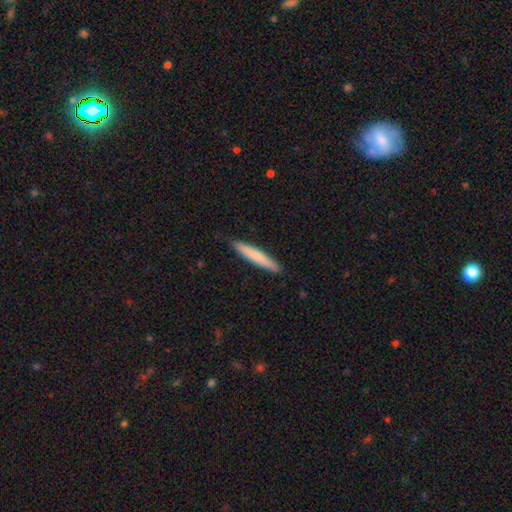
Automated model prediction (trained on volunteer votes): Morphology: type=smooth (74%); roundness=cigar-shaped (95%); merging=none (89%).